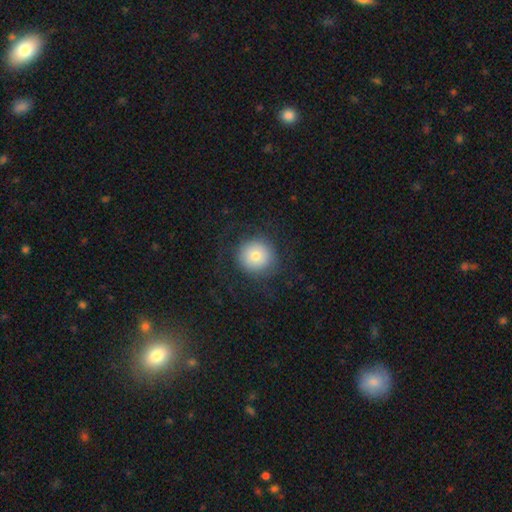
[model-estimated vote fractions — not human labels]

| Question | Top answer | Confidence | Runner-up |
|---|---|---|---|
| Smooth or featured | smooth | 72% | featured or disk (18%) |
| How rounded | round | 93% | in between (6%) |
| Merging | none | 80% | minor disturbance (10%) |